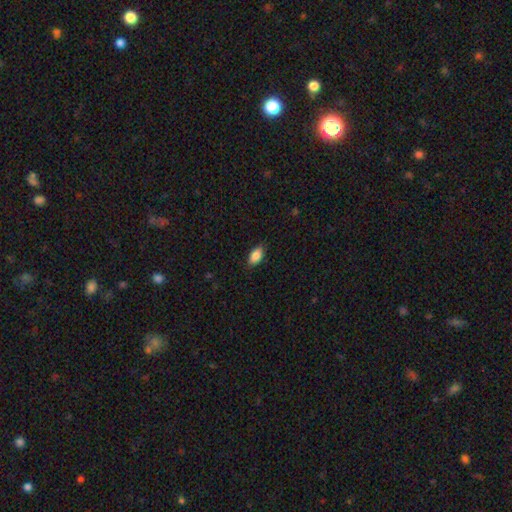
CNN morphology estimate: smooth_or_featured: smooth (p=0.87) [alt: star or artifact p=0.07]
how_rounded: in between (p=0.92) [alt: round p=0.04]
merging: none (p=0.83) [alt: minor disturbance p=0.13]